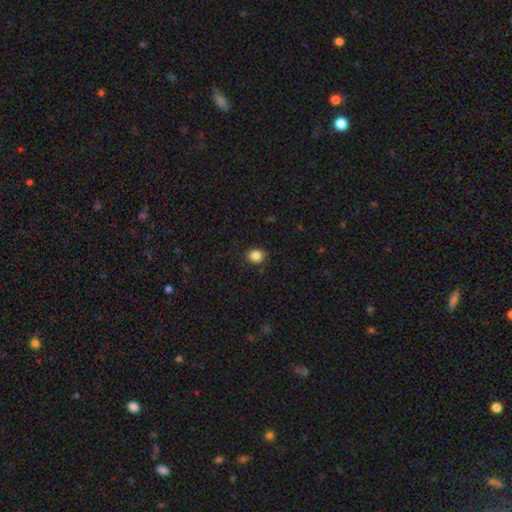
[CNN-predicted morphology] The model was most divided on "how rounded": round: 70%, in between: 29%, cigar-shaped: 1%. More confident: merging — none (86%); smooth or featured — smooth (86%).